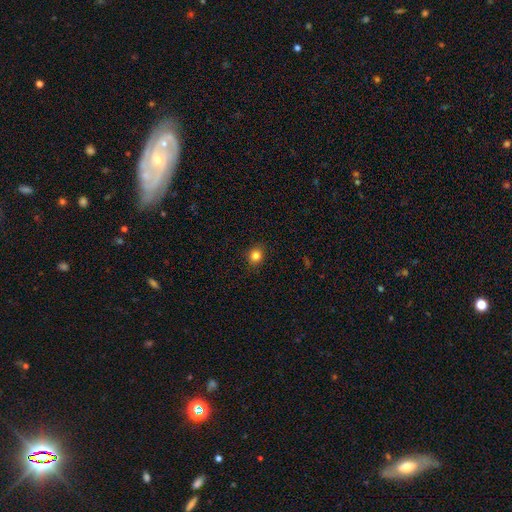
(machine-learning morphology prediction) Overall: smooth (83%). How rounded: round (80%). Merging: none (90%).